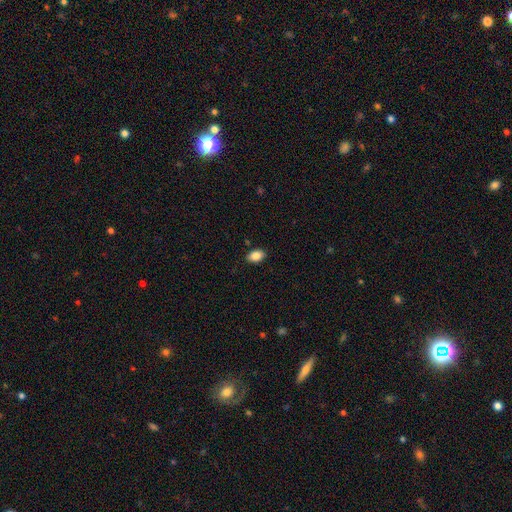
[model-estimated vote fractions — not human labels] Morphology: type=smooth (86%); roundness=in between (89%); merging=none (88%).